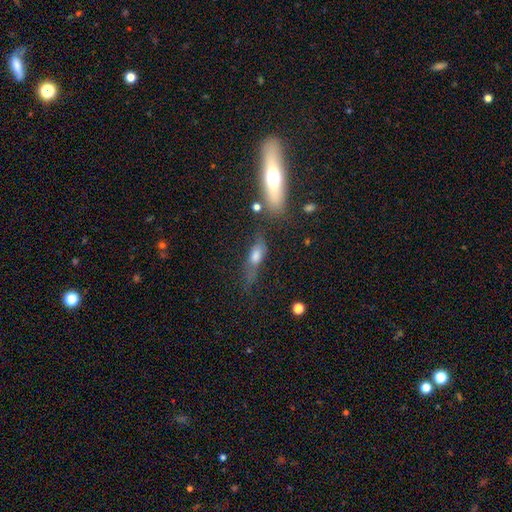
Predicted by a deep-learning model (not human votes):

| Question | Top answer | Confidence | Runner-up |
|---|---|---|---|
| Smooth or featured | smooth | 59% | featured or disk (28%) |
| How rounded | in between | 53% | cigar-shaped (39%) |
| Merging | none | 49% | minor disturbance (24%) |